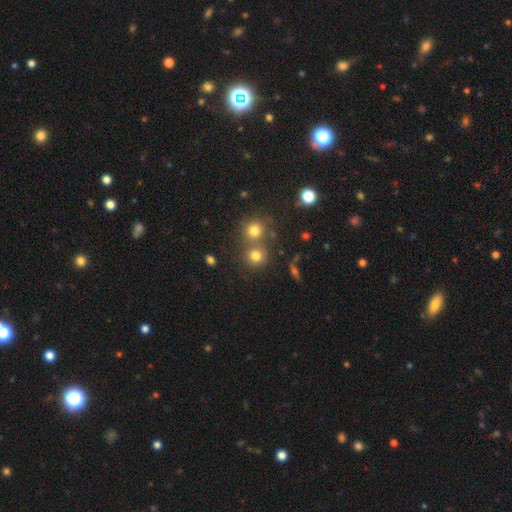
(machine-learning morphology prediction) A smooth galaxy with no disk features (77%) that is round (88%).

Vote fractions:
- Smooth or featured? smooth: 77% / star or artifact: 15% / featured or disk: 9%
- How rounded? round: 88% / in between: 11% / cigar-shaped: 1%
- Merging? none: 57% / merger: 32% / minor disturbance: 7% / major disturbance: 3%